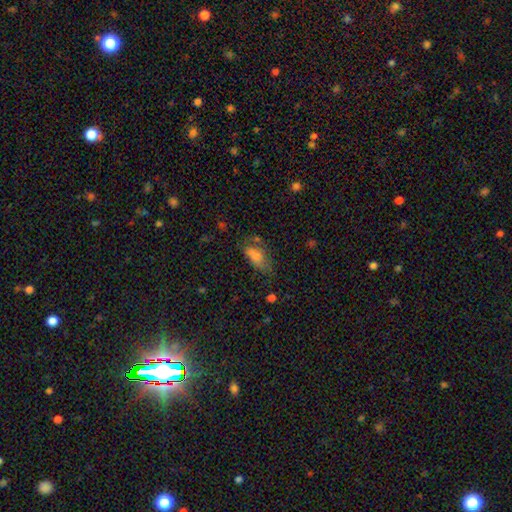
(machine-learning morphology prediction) This is likely a smooth galaxy (67%). How rounded: clearly in between (80%). Merging: possibly none (47%).